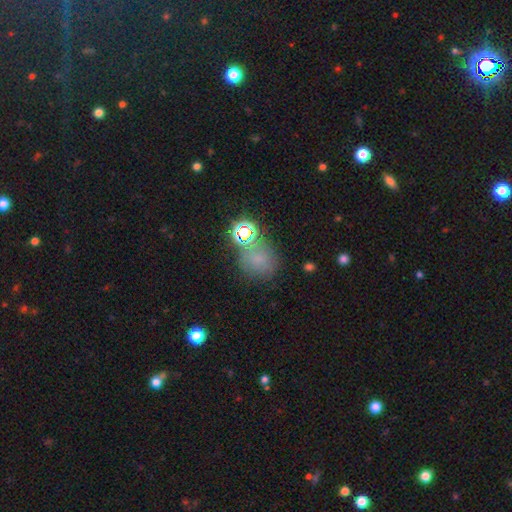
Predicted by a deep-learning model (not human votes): Morphology: type=smooth (51%); roundness=round (73%); merging=none (69%).